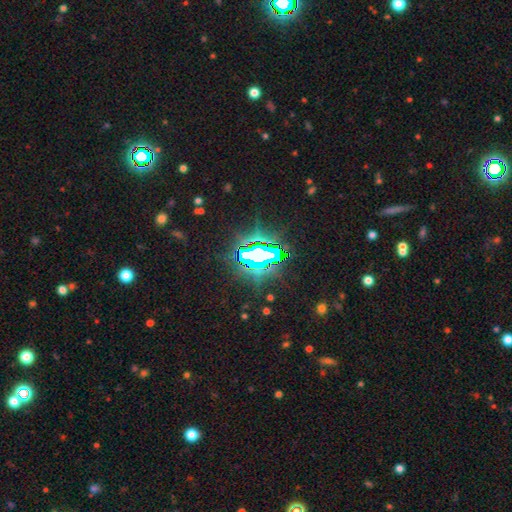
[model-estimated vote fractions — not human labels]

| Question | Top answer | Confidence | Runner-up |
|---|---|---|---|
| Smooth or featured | star or artifact | 77% | smooth (12%) |